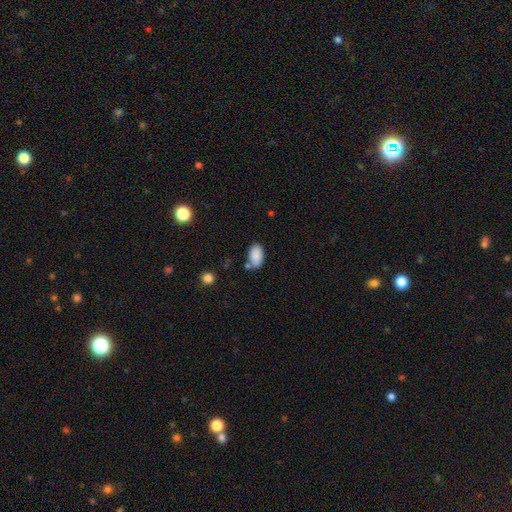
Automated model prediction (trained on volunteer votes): This appears to be a smooth galaxy with no disk features (88%) that is in between round and cigar-shaped (94%). Merging: none (67%).